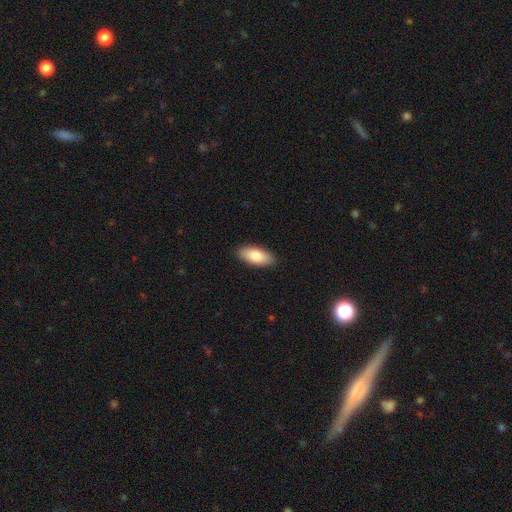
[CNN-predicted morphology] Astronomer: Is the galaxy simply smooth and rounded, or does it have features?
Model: smooth — 81%.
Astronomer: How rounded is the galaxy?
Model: in between — 87%.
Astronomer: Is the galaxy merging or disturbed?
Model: none — 89%.